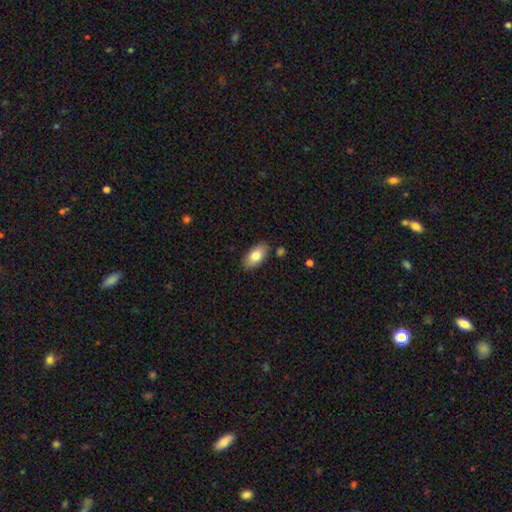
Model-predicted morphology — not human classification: This appears to be a smooth galaxy with no disk features (80%) that is in between round and cigar-shaped (93%). Merging: none (84%).